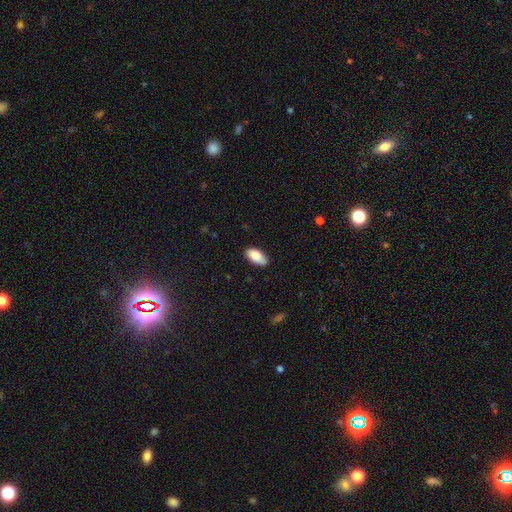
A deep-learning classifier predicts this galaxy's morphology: This is clearly a smooth galaxy (86%). How rounded: clearly in between (92%). Merging: clearly none (84%).